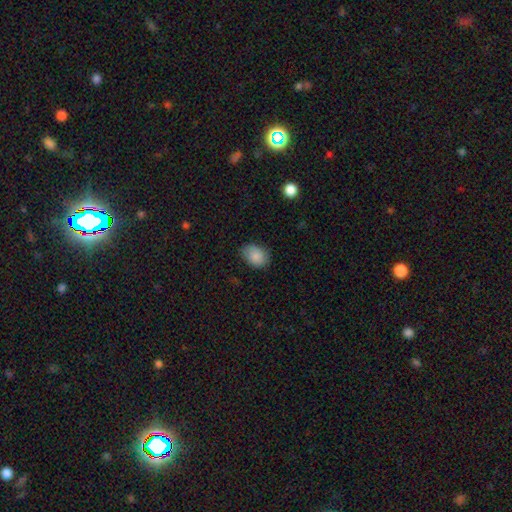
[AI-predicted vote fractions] A smooth galaxy with no disk features (87%) that is in between round and cigar-shaped (72%).

Vote fractions:
- Smooth or featured? smooth: 87% / star or artifact: 7% / featured or disk: 5%
- How rounded? in between: 72% / round: 27% / cigar-shaped: 1%
- Merging? none: 76% / minor disturbance: 20% / major disturbance: 4% / merger: 1%